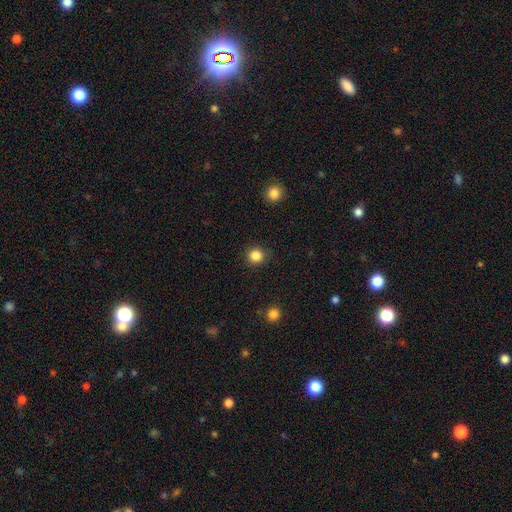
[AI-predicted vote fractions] Smooth or featured: smooth — 85% (star or artifact — 12%)
How rounded: round — 93% (in between — 6%)
Merging: none — 90% (minor disturbance — 6%)